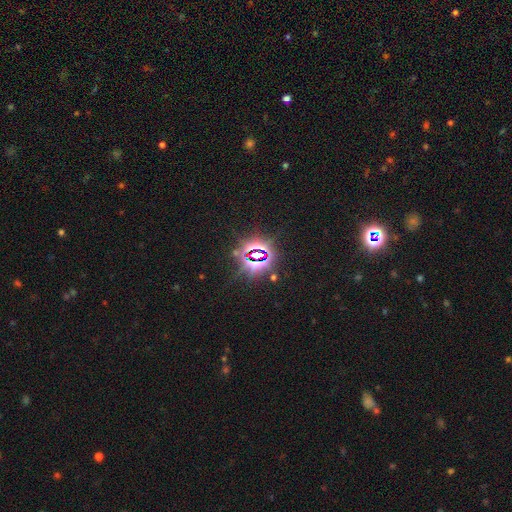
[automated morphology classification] The model was most divided on "smooth or featured": star or artifact: 82%, smooth: 10%, featured or disk: 8%.